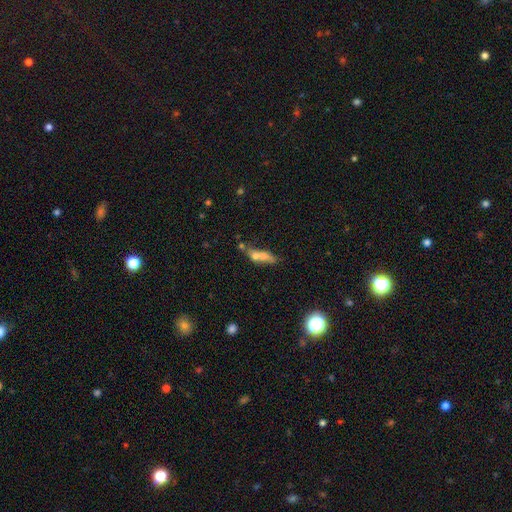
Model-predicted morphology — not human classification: A smooth galaxy with no disk features (58%) that is in between round and cigar-shaped (49%).

Vote fractions:
- Smooth or featured? smooth: 58% / featured or disk: 31% / star or artifact: 12%
- How rounded? in between: 49% / cigar-shaped: 43% / round: 8%
- Merging? merger: 47% / none: 29% / minor disturbance: 14% / major disturbance: 10%